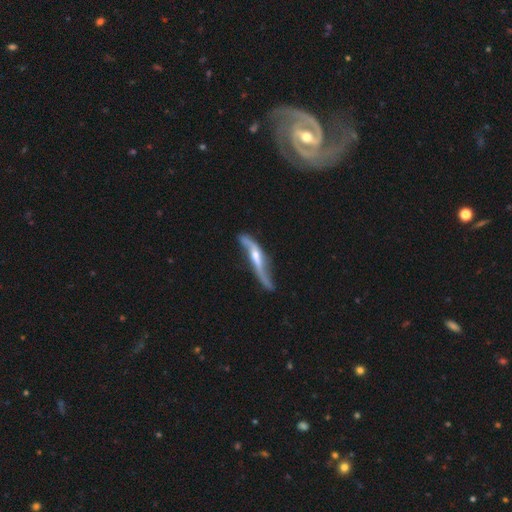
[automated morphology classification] type=featured or disk (83%); edge-on=no (51%); merging=none (56%).